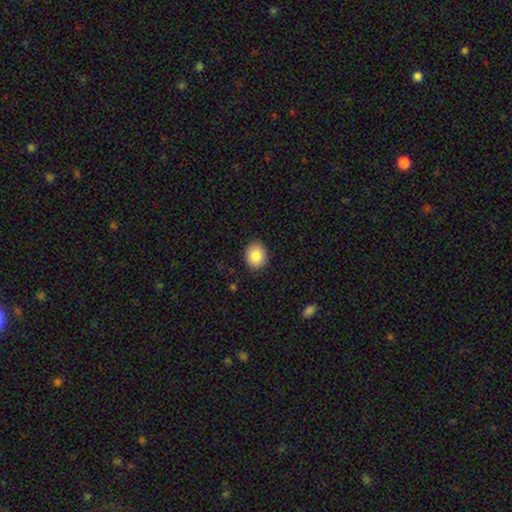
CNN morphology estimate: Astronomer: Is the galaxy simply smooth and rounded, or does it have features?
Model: smooth — 85%.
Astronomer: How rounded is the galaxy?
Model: round — 59% (runner-up: in between, 40%).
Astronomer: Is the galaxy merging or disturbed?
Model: none — 89%.